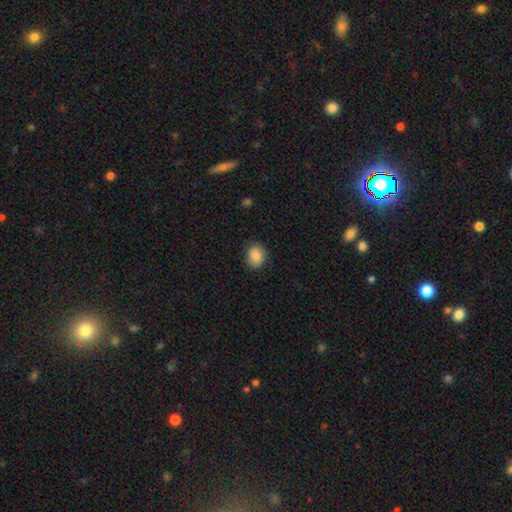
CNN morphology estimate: Smooth or featured?
  - smooth: 86% *
  - star or artifact: 8%
  - featured or disk: 6%
How rounded?
  - round: 57% *
  - in between: 42%
  - cigar-shaped: 1%
Merging?
  - none: 84% *
  - minor disturbance: 12%
  - major disturbance: 3%
  - merger: 1%